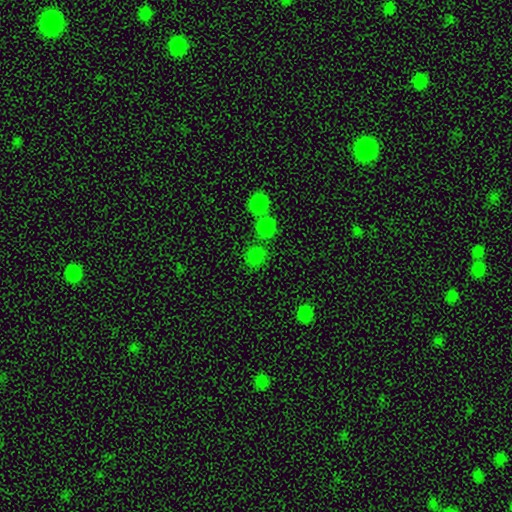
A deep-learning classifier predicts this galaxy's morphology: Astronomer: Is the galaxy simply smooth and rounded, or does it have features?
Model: smooth — 75%.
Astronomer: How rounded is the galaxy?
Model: round — 81%.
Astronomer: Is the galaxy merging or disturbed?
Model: none — 73%.